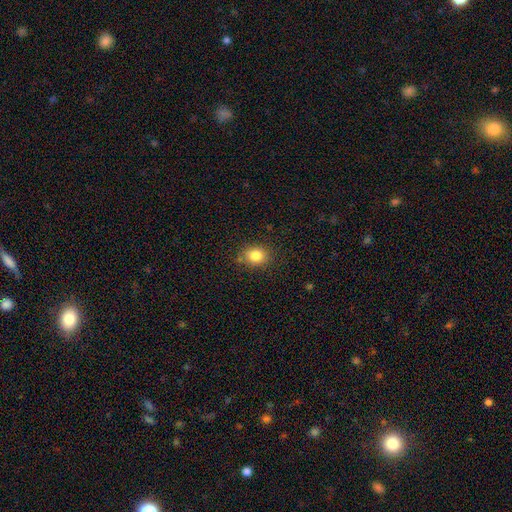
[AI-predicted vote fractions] This appears to be a smooth galaxy with no disk features (82%) that is round (59%). Merging: none (79%).